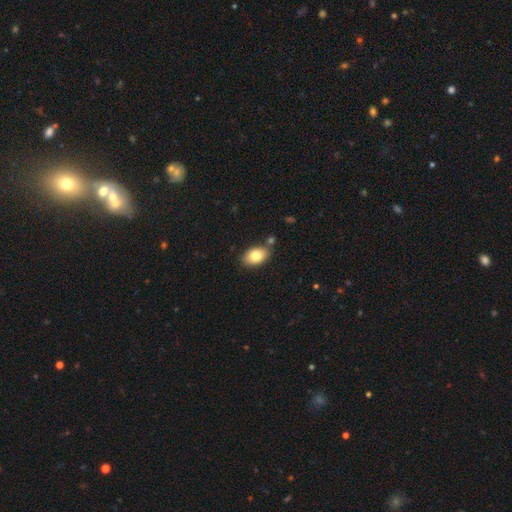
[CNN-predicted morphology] smooth_or_featured: smooth (p=0.81) [alt: featured or disk p=0.12]
how_rounded: in between (p=0.88) [alt: round p=0.10]
merging: none (p=0.77) [alt: minor disturbance p=0.13]